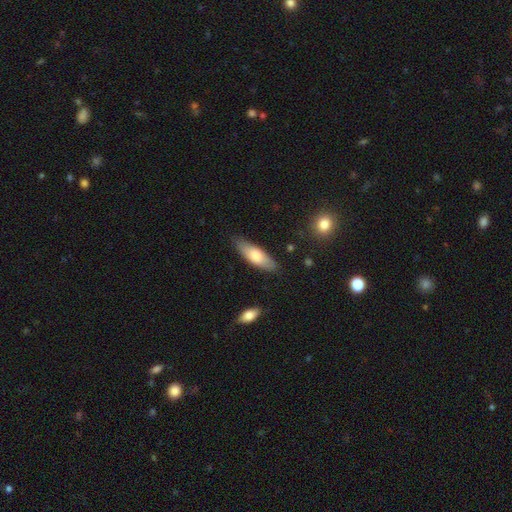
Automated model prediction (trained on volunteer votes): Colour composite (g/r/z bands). It shows a smooth galaxy with no disk features (74%) that is in between round and cigar-shaped (56%). Merging: none (80%).